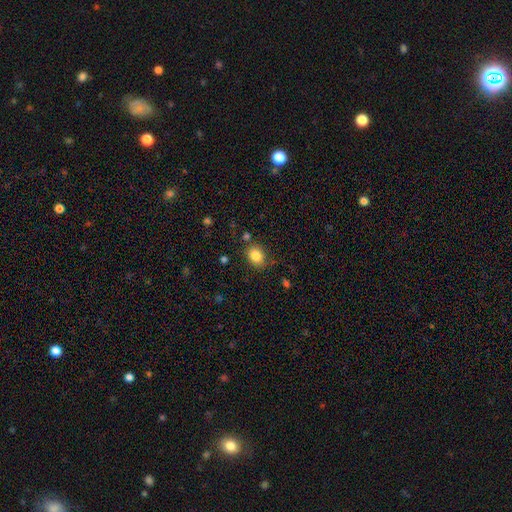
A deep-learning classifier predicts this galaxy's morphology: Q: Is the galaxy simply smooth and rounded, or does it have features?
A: smooth — 84%.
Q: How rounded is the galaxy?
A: in between — 56%.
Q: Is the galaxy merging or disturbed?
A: none — 80%.